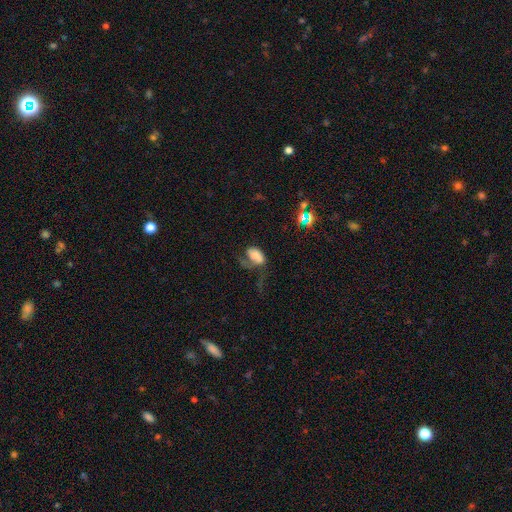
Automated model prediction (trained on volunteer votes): This is possibly a smooth galaxy (47%). Merging: possibly major disturbance (50%).